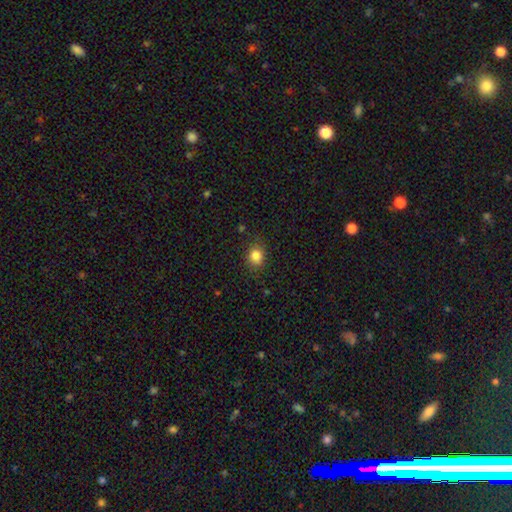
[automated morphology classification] This is clearly a smooth galaxy (83%). How rounded: likely round (68%). Merging: clearly none (84%).